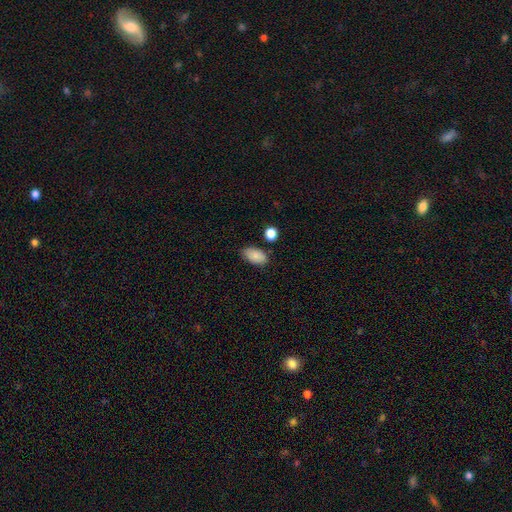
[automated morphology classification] smooth-or-featured: smooth: 85% | star or artifact: 8% | featured or disk: 7%
  how-rounded: in between: 93% | round: 5% | cigar-shaped: 2%
  merging: none: 77% | minor disturbance: 15% | merger: 5% | major disturbance: 3%